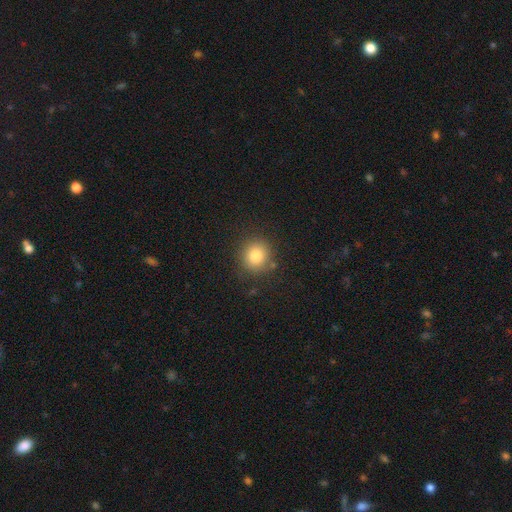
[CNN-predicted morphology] Smooth or featured?
  - smooth: 82% *
  - star or artifact: 11%
  - featured or disk: 7%
How rounded?
  - round: 89% *
  - in between: 10%
  - cigar-shaped: 1%
Merging?
  - none: 86% *
  - minor disturbance: 9%
  - major disturbance: 3%
  - merger: 2%